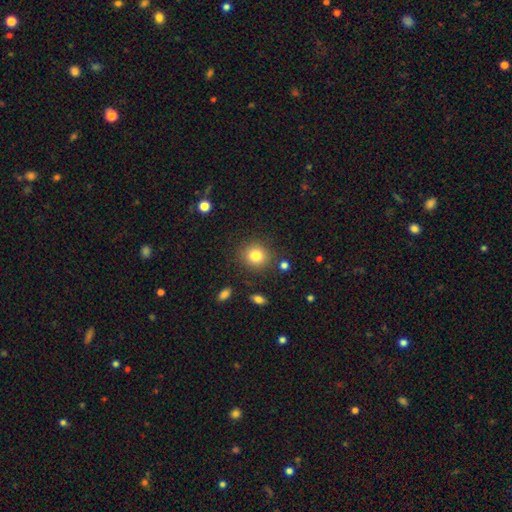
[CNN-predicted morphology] Smooth or featured: smooth — 82% (star or artifact — 11%)
How rounded: round — 85% (in between — 14%)
Merging: none — 87% (minor disturbance — 8%)